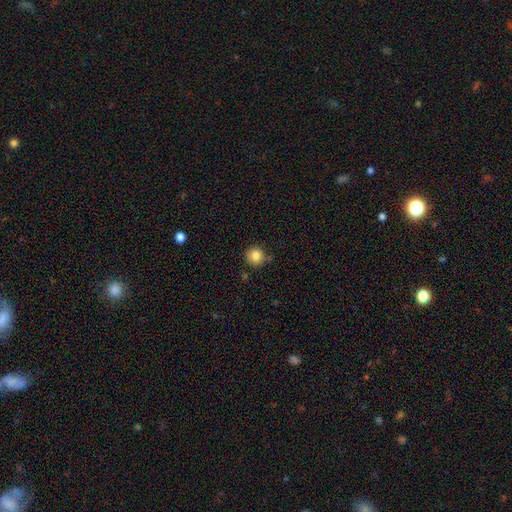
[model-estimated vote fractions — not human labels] This is clearly a smooth galaxy (84%). How rounded: clearly round (94%). Merging: clearly none (85%).